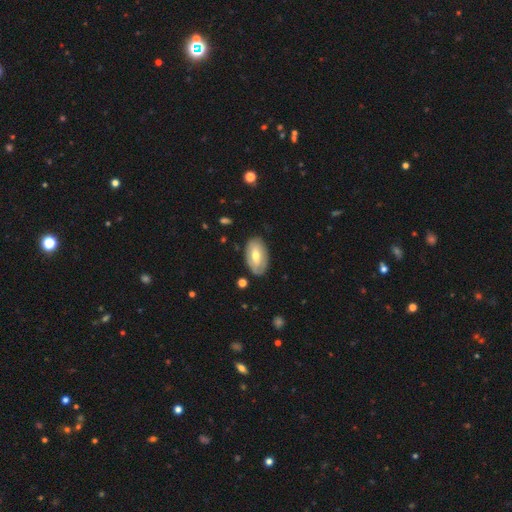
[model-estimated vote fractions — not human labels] This is possibly a smooth galaxy (51%). How rounded: clearly in between (94%). Merging: likely none (78%).